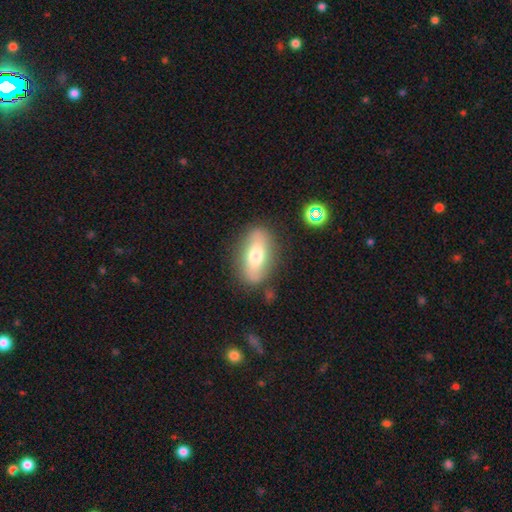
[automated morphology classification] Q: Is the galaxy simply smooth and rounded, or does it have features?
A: smooth — 58%.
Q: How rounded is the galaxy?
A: in between — 80%.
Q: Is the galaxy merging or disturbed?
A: none — 81%.